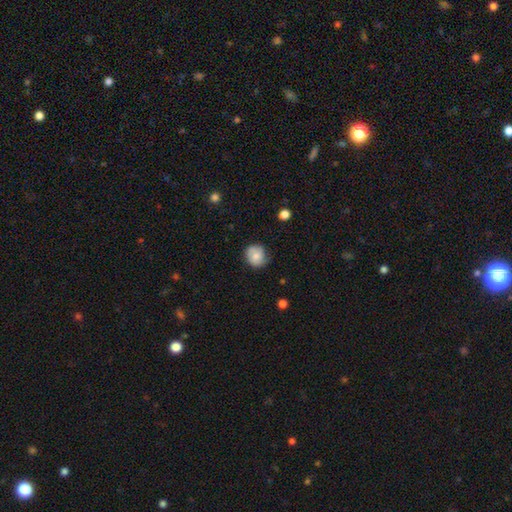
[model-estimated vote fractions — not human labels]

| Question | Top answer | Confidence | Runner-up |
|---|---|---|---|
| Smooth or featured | smooth | 72% | featured or disk (20%) |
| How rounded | round | 80% | in between (19%) |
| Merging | none | 69% | minor disturbance (25%) |